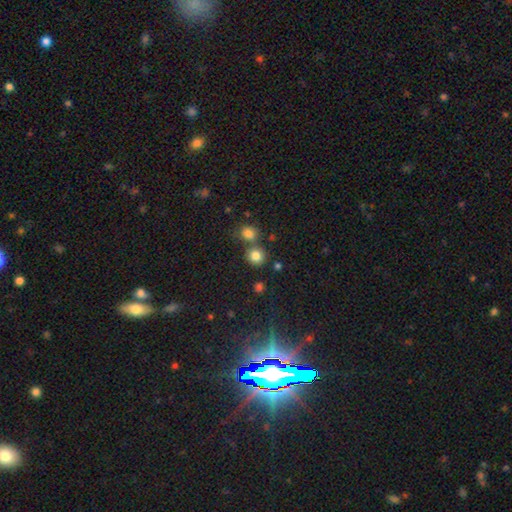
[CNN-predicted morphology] Smooth or featured? Predicted: smooth (p=0.81). How rounded? Predicted: round (p=0.87). Merging? Predicted: none (p=0.66).